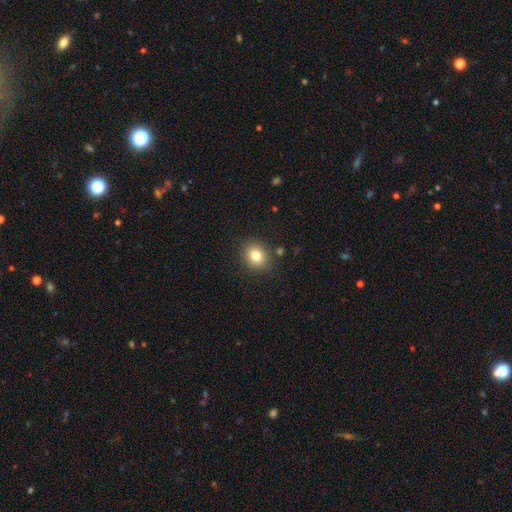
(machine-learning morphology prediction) A smooth galaxy with no disk features (80%) that is round (58%).

Vote fractions:
- Smooth or featured? smooth: 80% / star or artifact: 11% / featured or disk: 9%
- How rounded? round: 58% / in between: 41% / cigar-shaped: 1%
- Merging? none: 85% / minor disturbance: 10% / merger: 3% / major disturbance: 3%